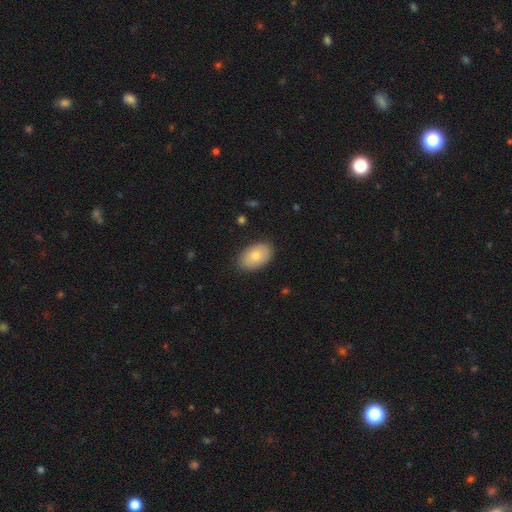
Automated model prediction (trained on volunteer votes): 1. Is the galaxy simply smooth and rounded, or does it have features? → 78% smooth, 16% featured or disk, 6% star or artifact.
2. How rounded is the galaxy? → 92% in between, 7% round, 1% cigar-shaped.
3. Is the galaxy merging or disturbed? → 85% none, 11% minor disturbance, 2% major disturbance, 1% merger.